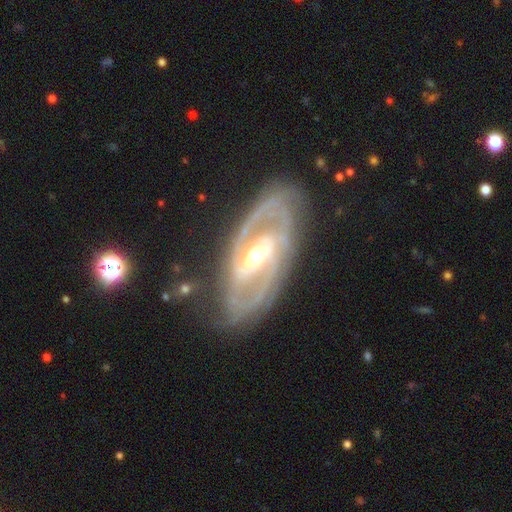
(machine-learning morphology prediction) Smooth or featured?
  - featured or disk: 89% *
  - smooth: 6%
  - star or artifact: 5%
Edge-on disk?
  - no: 94% *
  - yes: 6%
Bar?
  - strong: 50% *
  - weak: 33%
  - no: 16%
Spiral arms?
  - yes: 94% *
  - no: 6%
Spiral winding?
  - tight: 48% *
  - medium: 43%
  - loose: 10%
Spiral arm count?
  - 2: 83% *
  - can't tell: 7%
  - 3: 5%
  - 1: 2%
  - 4: 2%
  - more than 4: 1%
Bulge size?
  - moderate: 55% *
  - small: 39%
  - large: 4%
  - none: 1%
  - dominant: 1%
Merging?
  - none: 79% *
  - minor disturbance: 14%
  - major disturbance: 5%
  - merger: 2%